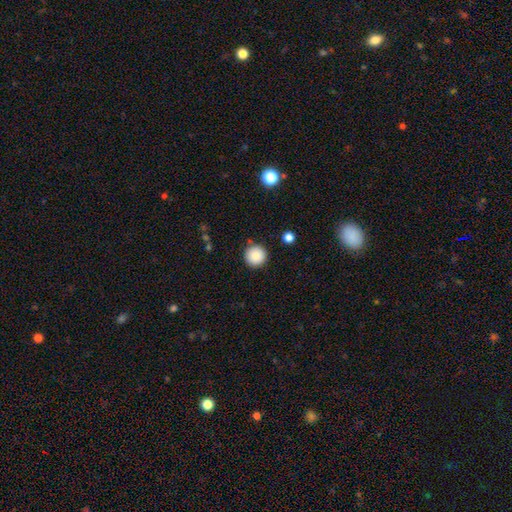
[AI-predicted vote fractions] This is clearly a smooth galaxy (87%). How rounded: clearly round (96%). Merging: clearly none (90%).